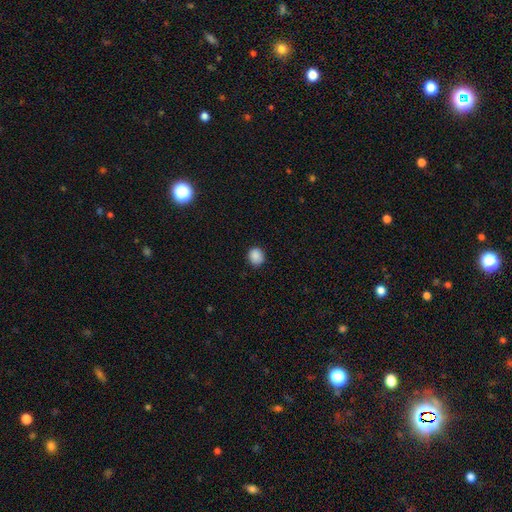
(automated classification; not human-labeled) The model was most divided on "how rounded": round: 84%, in between: 16%, cigar-shaped: 1%. More confident: smooth or featured — smooth (88%); merging — none (88%).